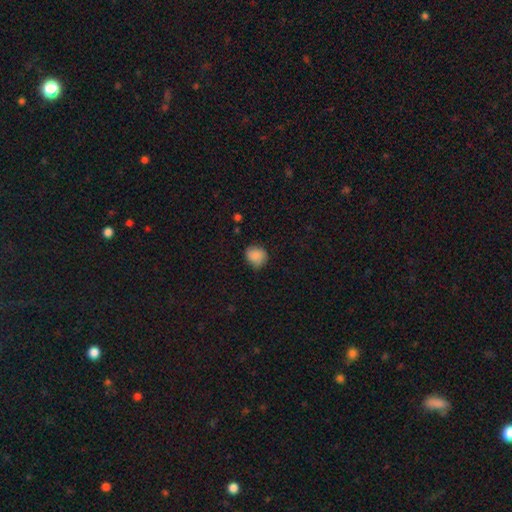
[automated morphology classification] smooth 87%, star or artifact 8%, featured or disk 5%. Down the decision tree: how rounded — round (75%); merging — none (73%).